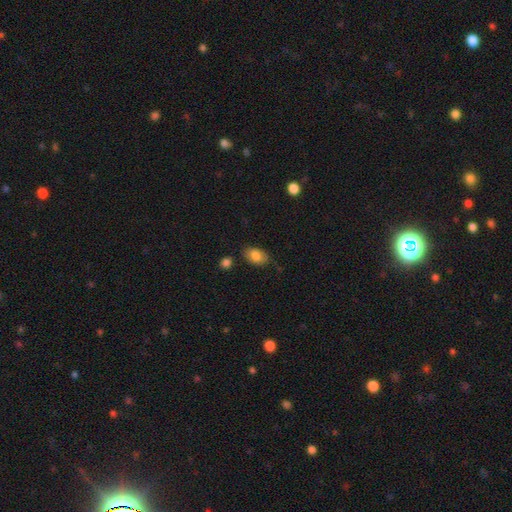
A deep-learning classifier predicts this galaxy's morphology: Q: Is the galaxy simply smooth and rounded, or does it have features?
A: smooth — 82%.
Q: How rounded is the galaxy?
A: in between — 88%.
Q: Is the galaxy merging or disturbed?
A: none — 76%.